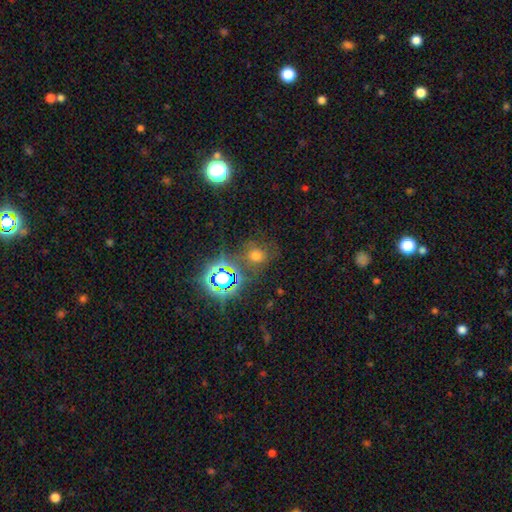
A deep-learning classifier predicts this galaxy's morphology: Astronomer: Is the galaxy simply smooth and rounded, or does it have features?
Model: smooth — 44% (runner-up: star or artifact, 41%).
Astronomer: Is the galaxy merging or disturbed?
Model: none — 66%.